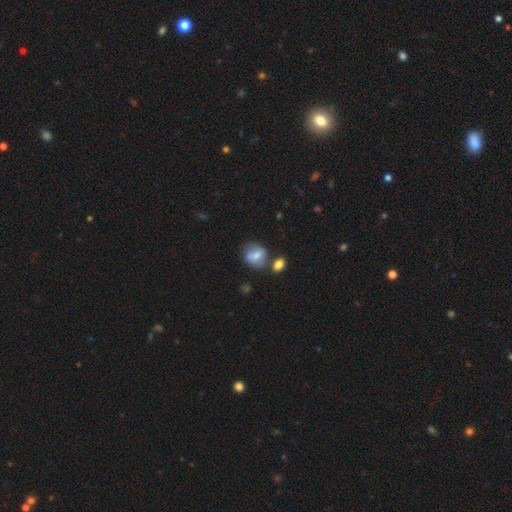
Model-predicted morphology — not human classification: smooth 72%, featured or disk 19%, star or artifact 8%. Down the decision tree: how rounded — round (68%); merging — none (61%).